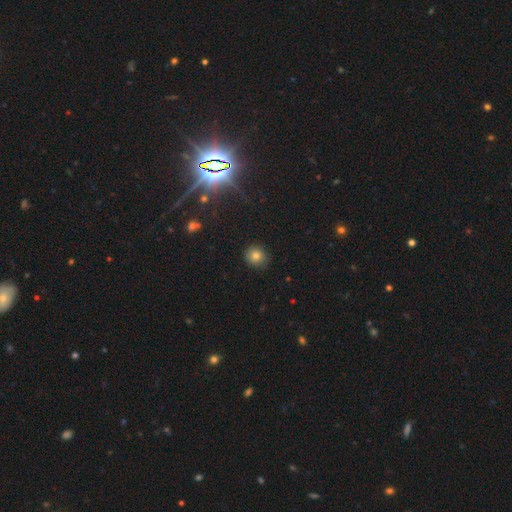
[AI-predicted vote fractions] Smooth or featured?
  - smooth: 77% *
  - star or artifact: 14%
  - featured or disk: 9%
How rounded?
  - round: 85% *
  - in between: 14%
  - cigar-shaped: 1%
Merging?
  - none: 86% *
  - minor disturbance: 10%
  - major disturbance: 2%
  - merger: 1%